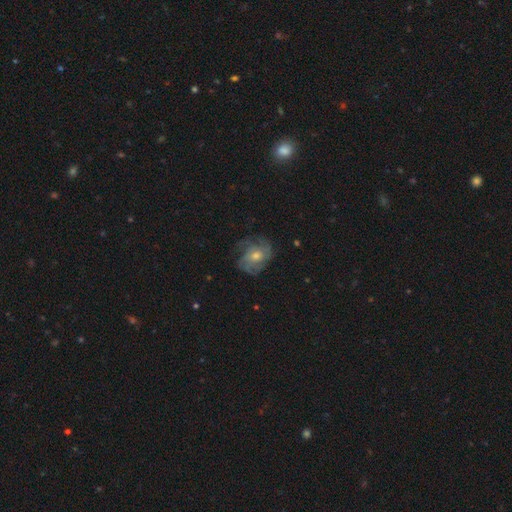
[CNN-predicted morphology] Smooth or featured? featured or disk (69%)
Edge-on disk? no (97%)
Bar? no (74%)
Spiral arms? yes (88%)
Spiral winding? tight (43%)
Spiral arm count? can't tell (35%)
Bulge size? moderate (64%)
Merging? none (68%)